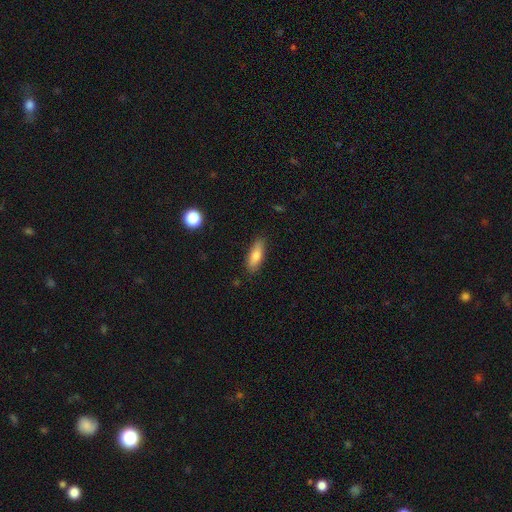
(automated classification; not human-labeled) smooth-or-featured: smooth: 79% | featured or disk: 14% | star or artifact: 7%
  how-rounded: in between: 59% | cigar-shaped: 39% | round: 2%
  merging: none: 83% | minor disturbance: 13% | major disturbance: 2% | merger: 1%